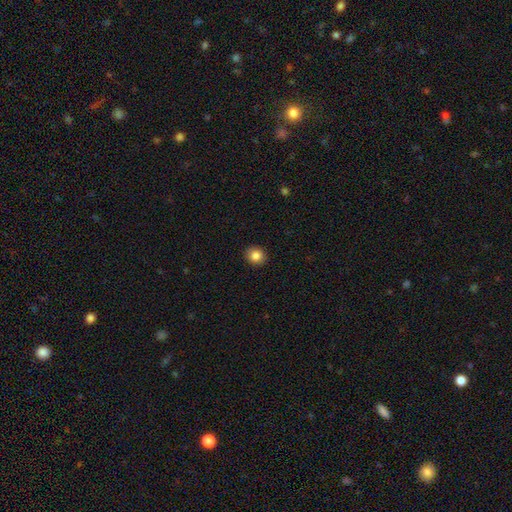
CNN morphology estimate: Smooth or featured? smooth (84%)
How rounded? round (77%)
Merging? none (92%)